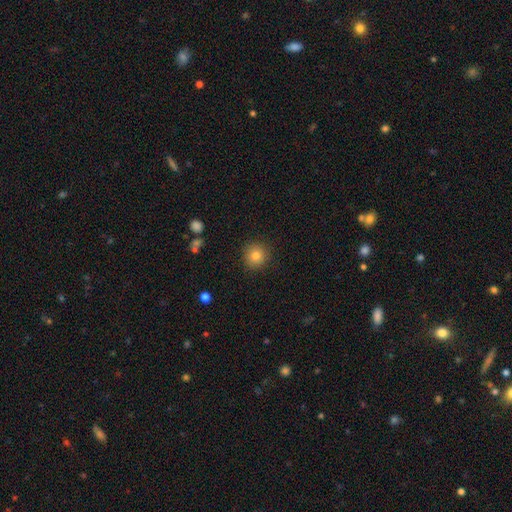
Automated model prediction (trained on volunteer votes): A smooth galaxy with no disk features (81%) that is round (93%).

Vote fractions:
- Smooth or featured? smooth: 81% / star or artifact: 11% / featured or disk: 8%
- How rounded? round: 93% / in between: 7% / cigar-shaped: 1%
- Merging? none: 90% / minor disturbance: 7% / major disturbance: 2% / merger: 1%